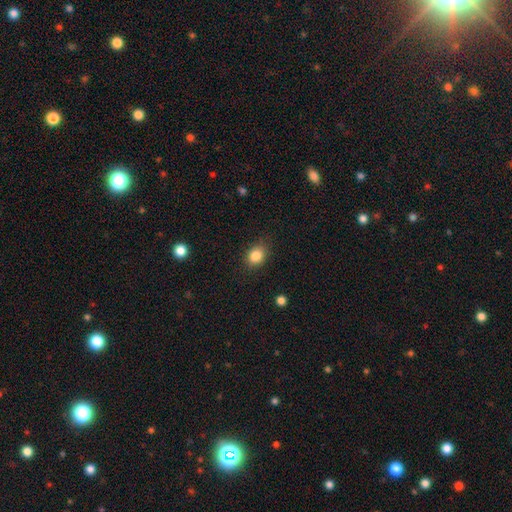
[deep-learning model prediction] Smooth or featured? smooth (85%)
How rounded? in between (54%)
Merging? none (81%)